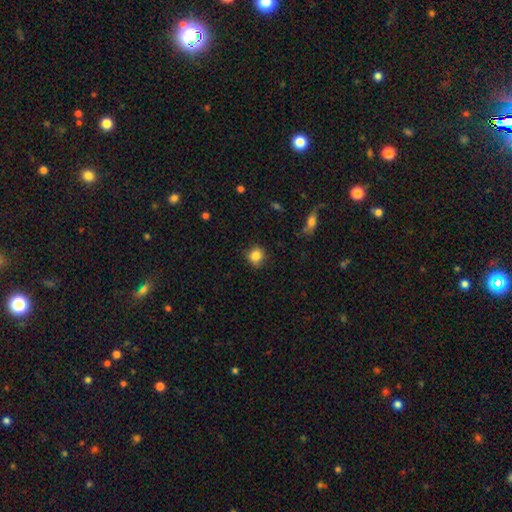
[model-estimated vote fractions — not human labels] This appears to be a smooth galaxy with no disk features (85%) that is round (86%). Merging: none (85%).